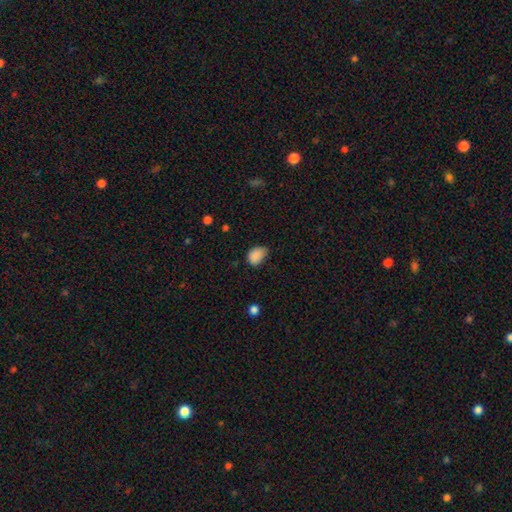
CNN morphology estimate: A smooth galaxy with no disk features (86%) that is in between round and cigar-shaped (74%). Merging: none (51%).